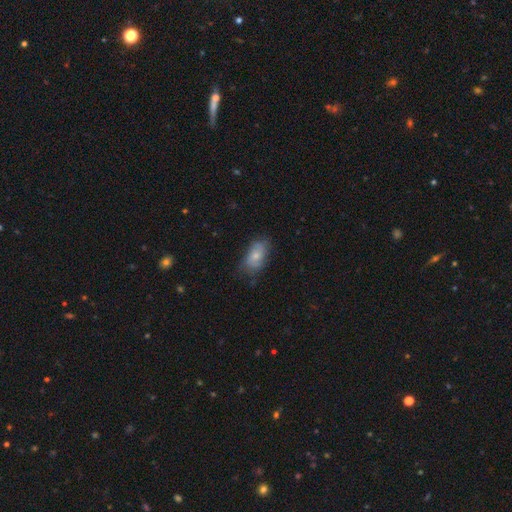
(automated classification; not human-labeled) smooth 66%, featured or disk 27%, star or artifact 8%. Down the decision tree: how rounded — in between (91%); merging — none (62%).